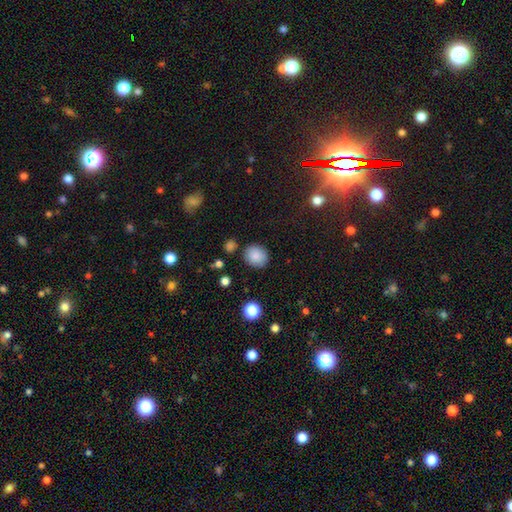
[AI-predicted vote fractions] smooth-or-featured: smooth: 86% | star or artifact: 9% | featured or disk: 5%
  how-rounded: round: 78% | in between: 21% | cigar-shaped: 1%
  merging: none: 84% | minor disturbance: 10% | merger: 3% | major disturbance: 3%